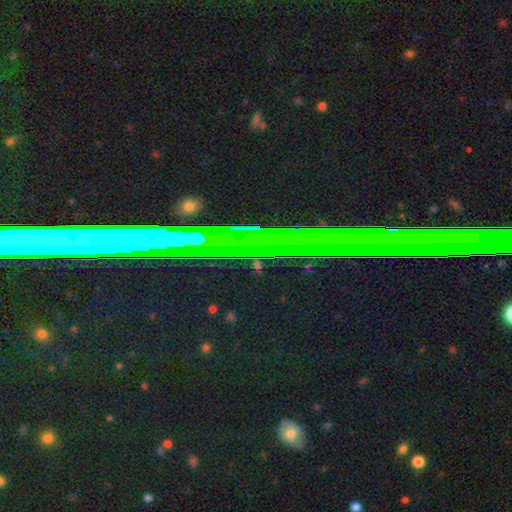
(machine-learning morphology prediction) star or artifact 73%, featured or disk 16%, smooth 11%.